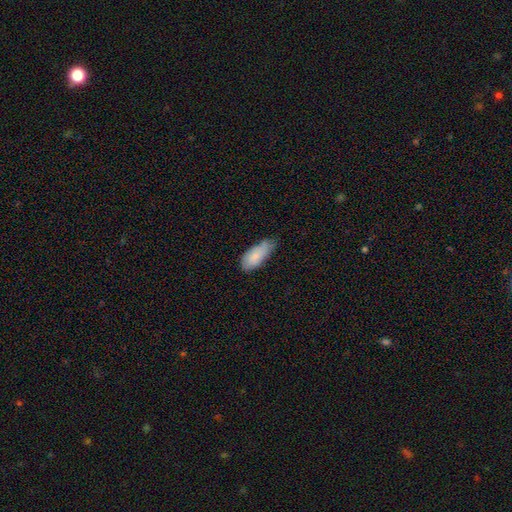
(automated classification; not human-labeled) A smooth galaxy with no disk features (80%) that is in between round and cigar-shaped (86%).

Vote fractions:
- Smooth or featured? smooth: 80% / featured or disk: 14% / star or artifact: 6%
- How rounded? in between: 86% / cigar-shaped: 12% / round: 2%
- Merging? none: 45% (tied) / minor disturbance: 45% (tied) / major disturbance: 8% / merger: 2%